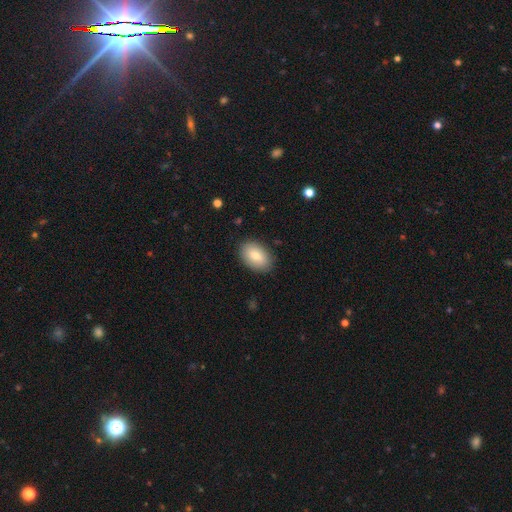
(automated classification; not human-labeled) Smooth or featured?
  - smooth: 80% *
  - featured or disk: 14%
  - star or artifact: 7%
How rounded?
  - in between: 90% *
  - round: 9%
  - cigar-shaped: 1%
Merging?
  - none: 87% *
  - minor disturbance: 10%
  - major disturbance: 2%
  - merger: 1%